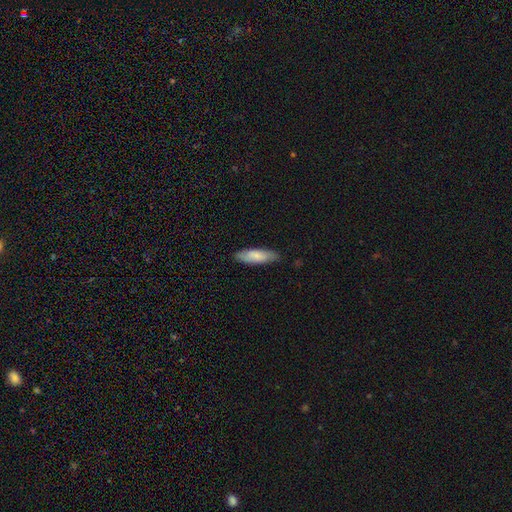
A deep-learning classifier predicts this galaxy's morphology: Smooth or featured: smooth — 76% (featured or disk — 19%)
How rounded: in between — 51% (cigar-shaped — 47%)
Merging: none — 84% (minor disturbance — 13%)